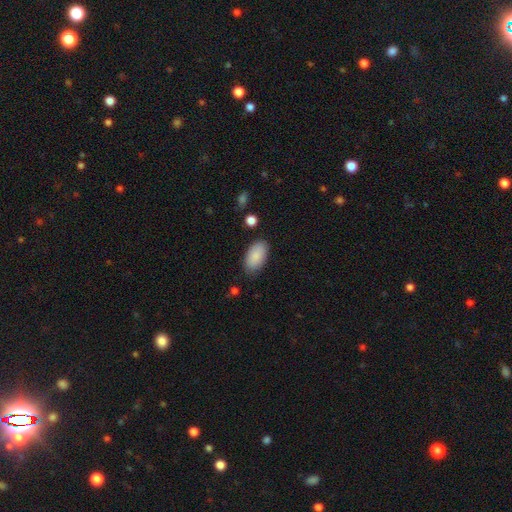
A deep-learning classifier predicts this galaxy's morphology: smooth 88%, star or artifact 6%, featured or disk 6%. Down the decision tree: how rounded — in between (95%); merging — none (84%).